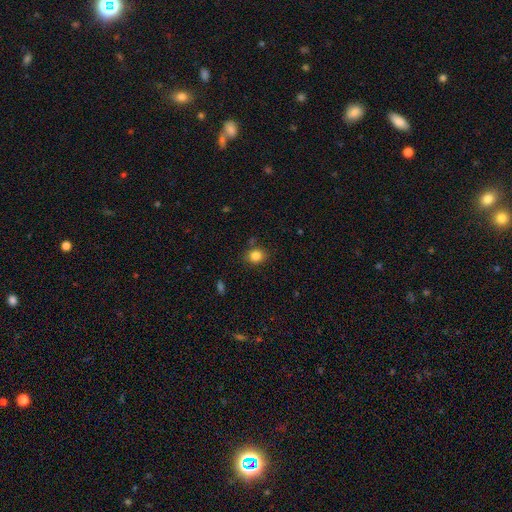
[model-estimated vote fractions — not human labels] smooth 84%, star or artifact 11%, featured or disk 5%. Down the decision tree: how rounded — round (65%); merging — none (81%).